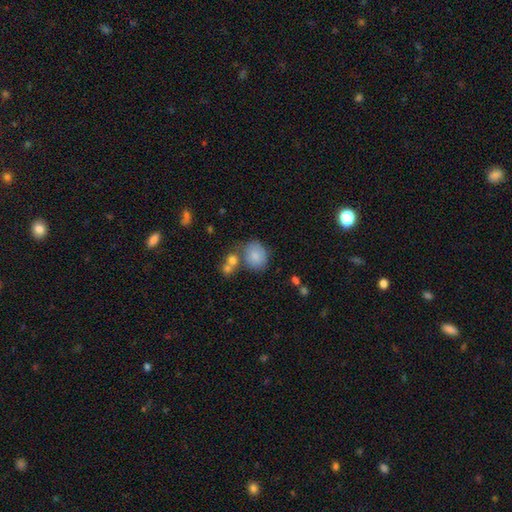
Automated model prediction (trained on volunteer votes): Overall: smooth (82%). How rounded: round (60%; in between 39%). Merging: none (58%; merger 21%).